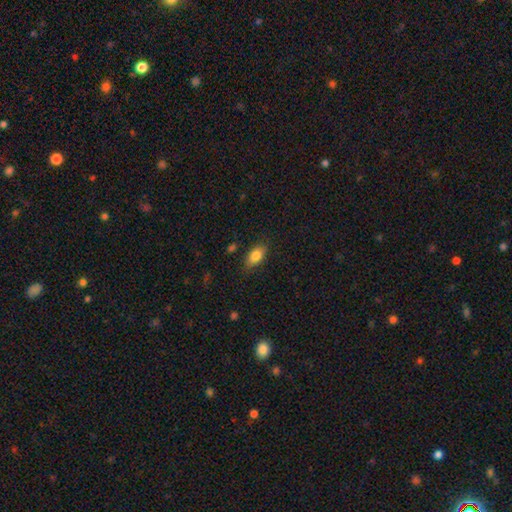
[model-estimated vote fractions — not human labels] smooth 82%, featured or disk 10%, star or artifact 8%. Down the decision tree: how rounded — in between (87%); merging — none (83%).